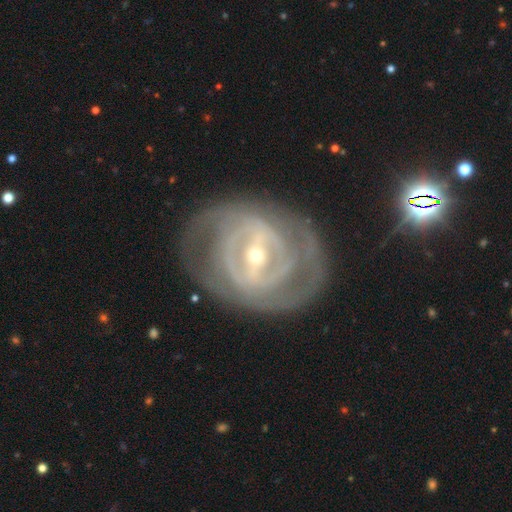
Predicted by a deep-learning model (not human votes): smooth-or-featured: featured or disk: 88% | smooth: 7% | star or artifact: 5%
  disk-edge-on: no: 95% | yes: 5%
    bar: strong: 59% | weak: 30% | no: 11%
    has-spiral-arms: yes: 82% | no: 18%
      spiral-winding: tight: 67% | medium: 25% | loose: 7%
      spiral-arm-count: can't tell: 37% | 2: 32% | 3: 12% | 4: 9% | more than 4: 5% | 1: 5%
    bulge-size: small: 68% | moderate: 28% | large: 2% | none: 1% | dominant: 1%
  merging: none: 75% | minor disturbance: 14% | major disturbance: 9% | merger: 2%